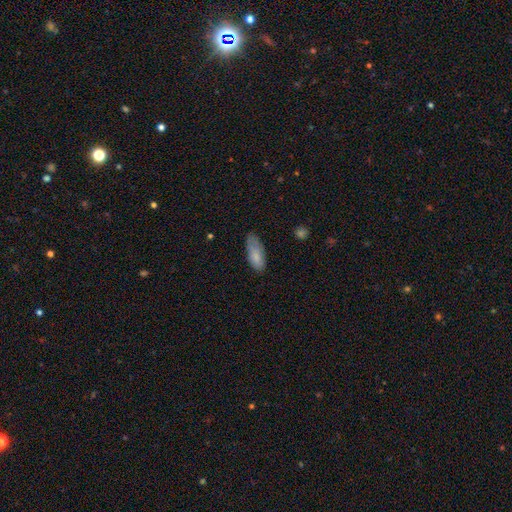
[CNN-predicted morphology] A smooth galaxy with no disk features (82%) that is in between round and cigar-shaped (82%). Merging: none (58%).